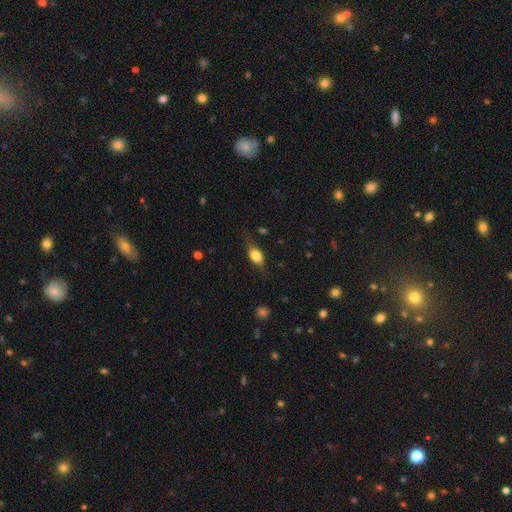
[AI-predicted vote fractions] Smooth or featured: smooth — 65% (featured or disk — 27%)
How rounded: in between — 76% (cigar-shaped — 13%)
Merging: none — 71% (minor disturbance — 21%)